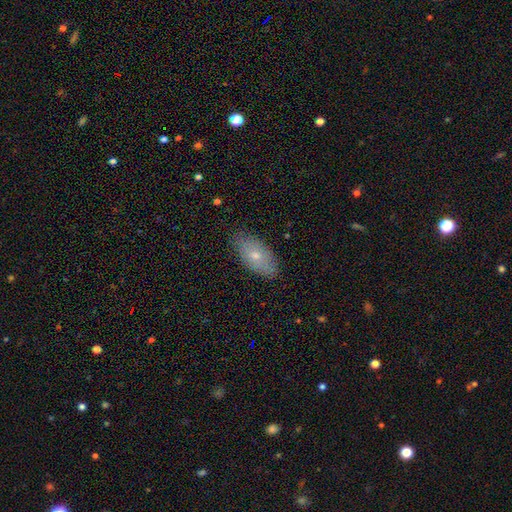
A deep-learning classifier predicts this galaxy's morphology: This is likely a smooth galaxy (65%). How rounded: clearly in between (91%). Merging: clearly none (80%).